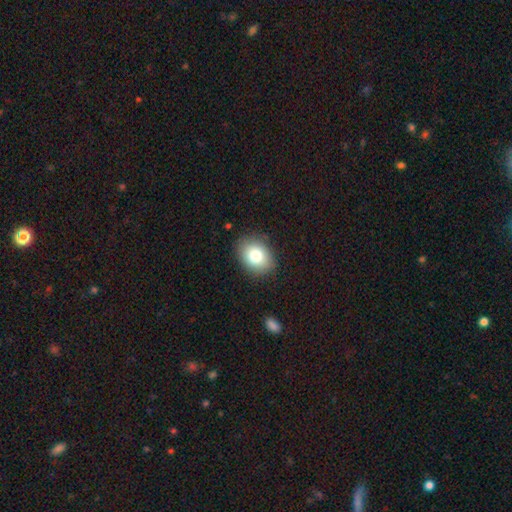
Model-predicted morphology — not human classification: A smooth galaxy with no disk features (79%) that is in between round and cigar-shaped (61%). Merging: none (87%).